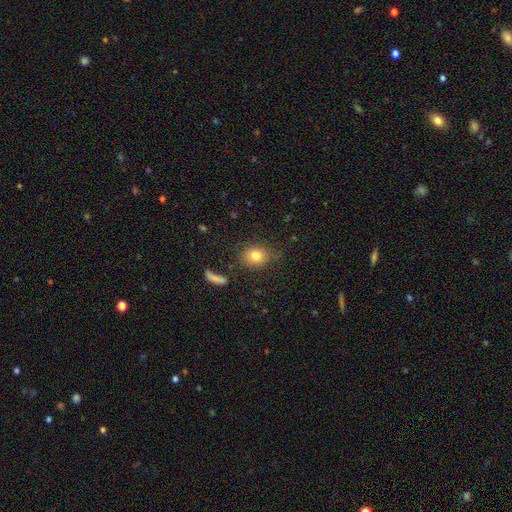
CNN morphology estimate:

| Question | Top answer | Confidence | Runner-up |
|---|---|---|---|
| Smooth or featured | smooth | 81% | star or artifact (10%) |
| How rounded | round | 55% | in between (43%) |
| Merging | none | 79% | minor disturbance (13%) |